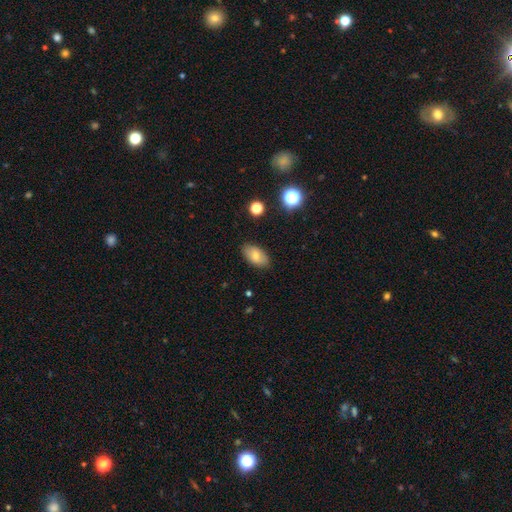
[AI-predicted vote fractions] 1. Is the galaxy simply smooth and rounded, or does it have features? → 74% smooth, 17% featured or disk, 9% star or artifact.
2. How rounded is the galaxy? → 92% in between, 5% round, 3% cigar-shaped.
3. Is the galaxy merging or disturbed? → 86% none, 11% minor disturbance, 2% major disturbance, 1% merger.